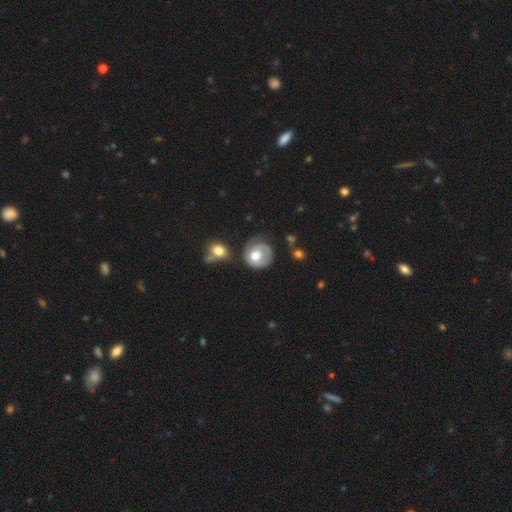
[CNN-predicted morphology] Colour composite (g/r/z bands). It shows a featured or disk galaxy (50%). Merging: none (52%).